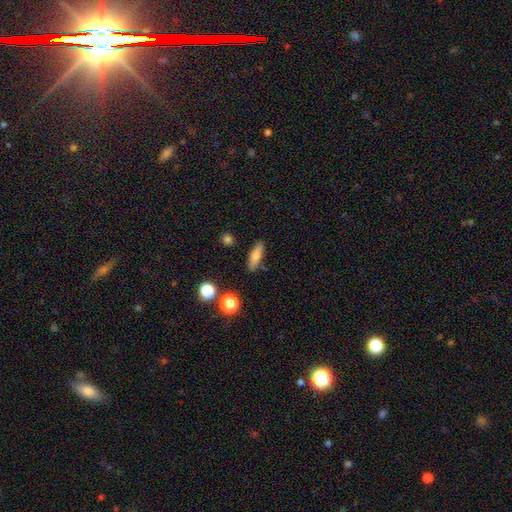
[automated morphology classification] smooth 73%, featured or disk 19%, star or artifact 9%. Down the decision tree: how rounded — cigar-shaped (51%); merging — none (84%).